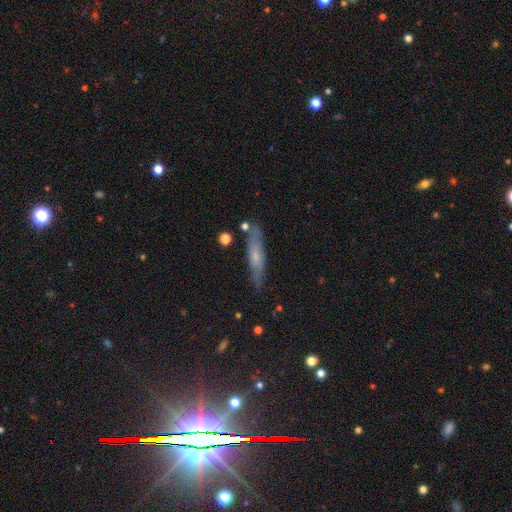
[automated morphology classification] Smooth or featured? Predicted: smooth (p=0.51). How rounded? Predicted: cigar-shaped (p=0.81). Merging? Predicted: none (p=0.76).